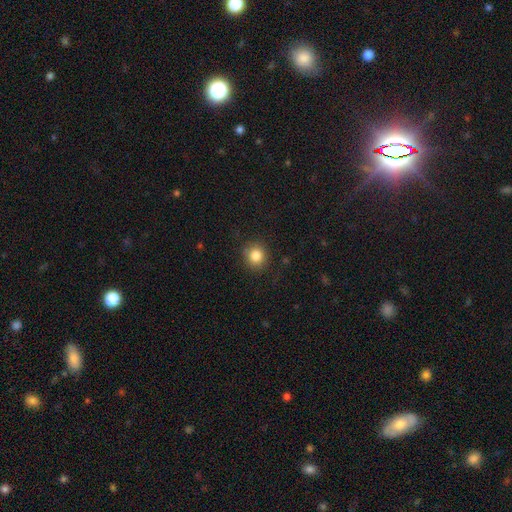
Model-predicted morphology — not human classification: Smooth or featured? smooth (84%)
How rounded? round (87%)
Merging? none (86%)